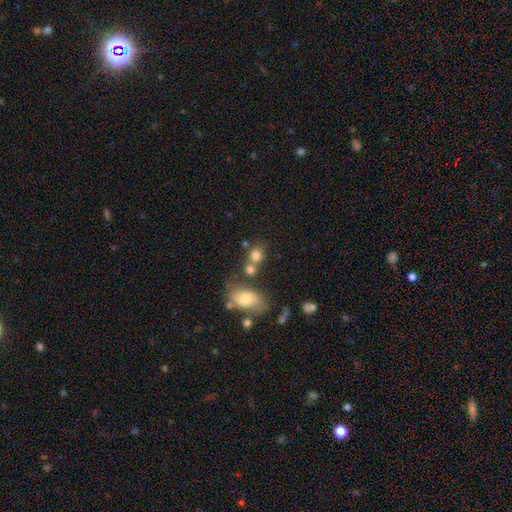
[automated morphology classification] Smooth or featured? Predicted: smooth (p=0.76). How rounded? Predicted: round (p=0.68). Merging? Predicted: none (p=0.51).